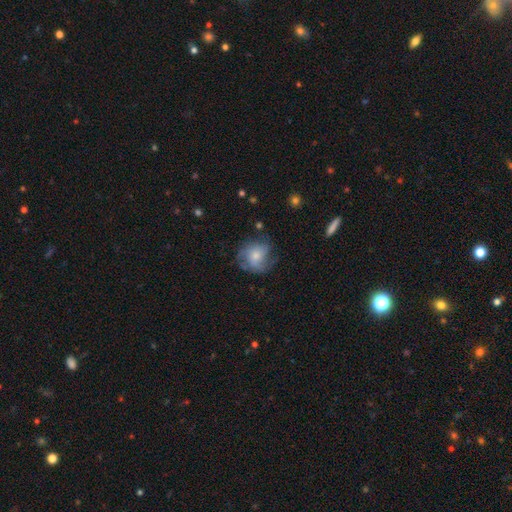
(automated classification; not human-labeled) This appears to be a smooth galaxy with no disk features (46%). Merging: none (59%).